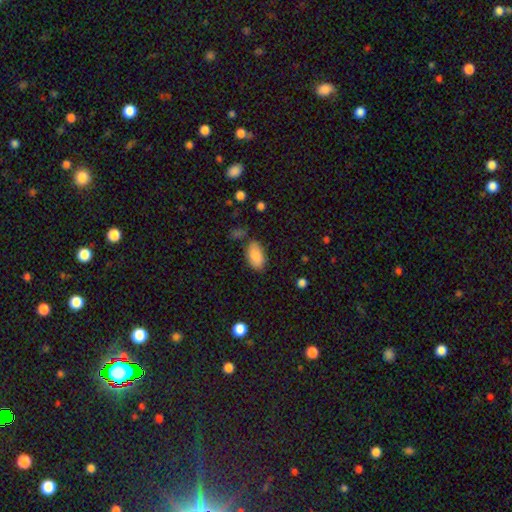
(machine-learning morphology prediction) The model was most divided on "merging": none: 73%, minor disturbance: 18%, merger: 5%, major disturbance: 5%. More confident: how rounded — in between (94%); smooth or featured — smooth (86%).